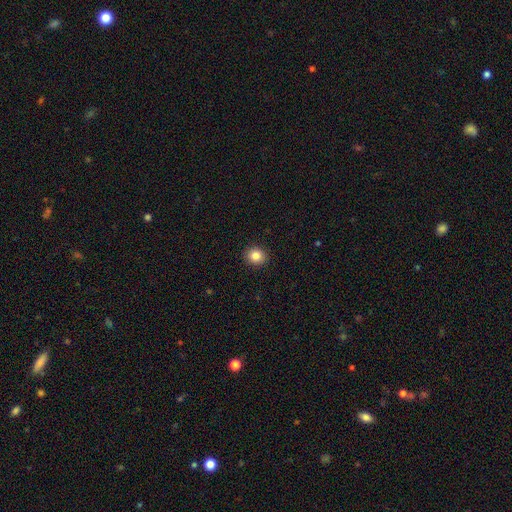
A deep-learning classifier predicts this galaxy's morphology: Smooth or featured: smooth — 84% (star or artifact — 10%)
How rounded: round — 78% (in between — 21%)
Merging: none — 92% (minor disturbance — 5%)